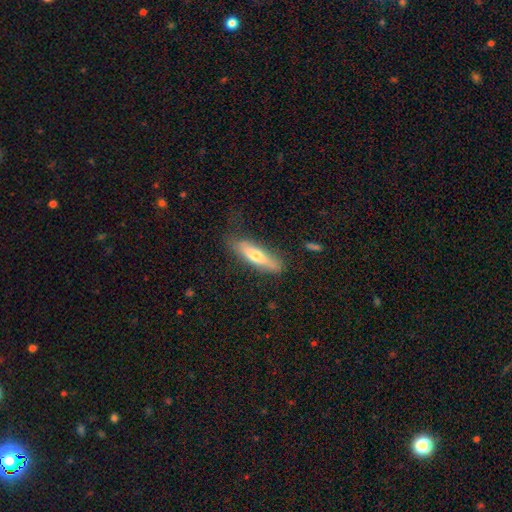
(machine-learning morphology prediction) Smooth or featured: smooth — 60% (featured or disk — 33%)
How rounded: cigar-shaped — 72% (in between — 27%)
Merging: none — 70% (minor disturbance — 21%)